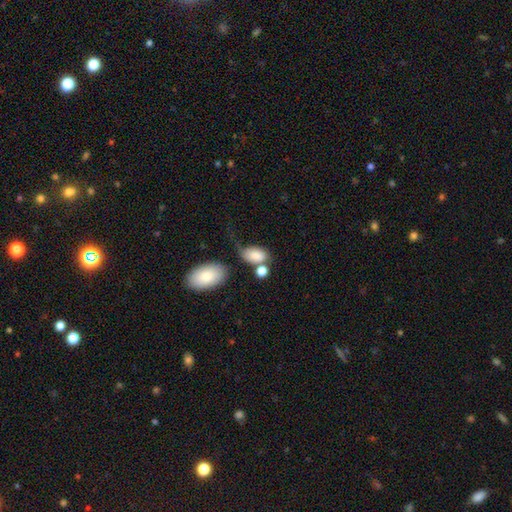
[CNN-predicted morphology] Smooth or featured: smooth — 81% (featured or disk — 11%)
How rounded: in between — 87% (round — 11%)
Merging: none — 35% (merger — 24%)